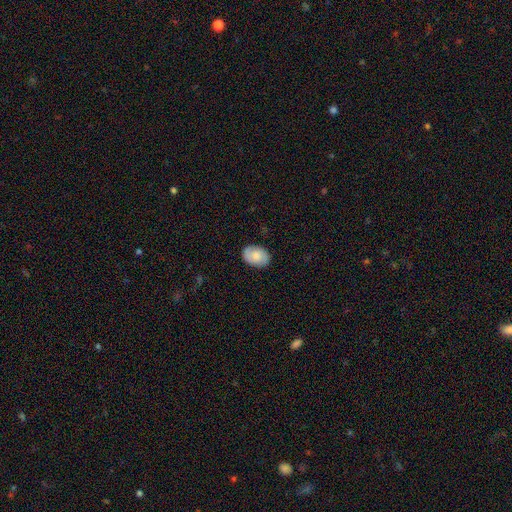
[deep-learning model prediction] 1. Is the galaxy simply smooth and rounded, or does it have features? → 69% smooth, 23% featured or disk, 7% star or artifact.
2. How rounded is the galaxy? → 82% in between, 17% round, 1% cigar-shaped.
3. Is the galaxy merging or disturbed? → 84% none, 12% minor disturbance, 3% major disturbance, 1% merger.